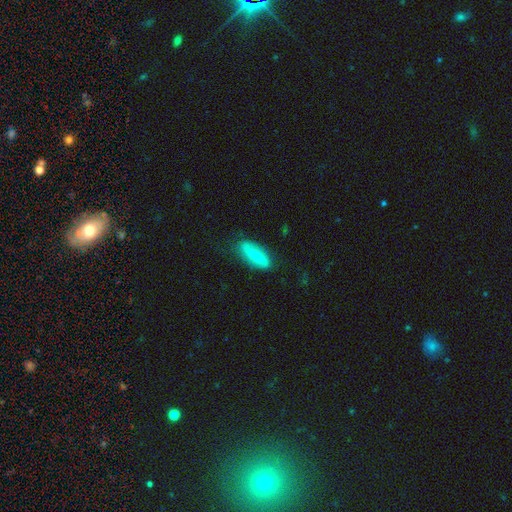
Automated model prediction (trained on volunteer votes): Smooth or featured? Predicted: featured or disk (p=0.51). Edge-on disk? Predicted: no (p=0.81). Merging? Predicted: none (p=0.77).